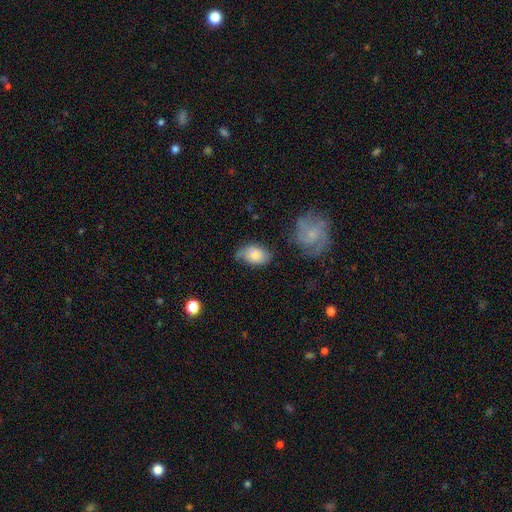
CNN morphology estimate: smooth 72%, featured or disk 21%, star or artifact 7%. Down the decision tree: how rounded — in between (85%); merging — none (51%).